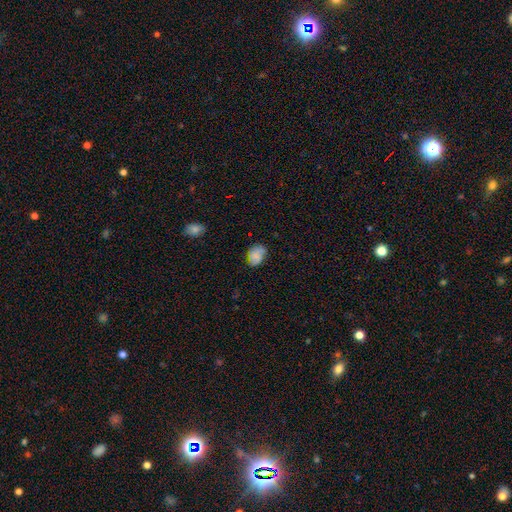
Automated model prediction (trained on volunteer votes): A smooth galaxy with no disk features (71%) that is in between round and cigar-shaped (72%). Merging: none (58%).